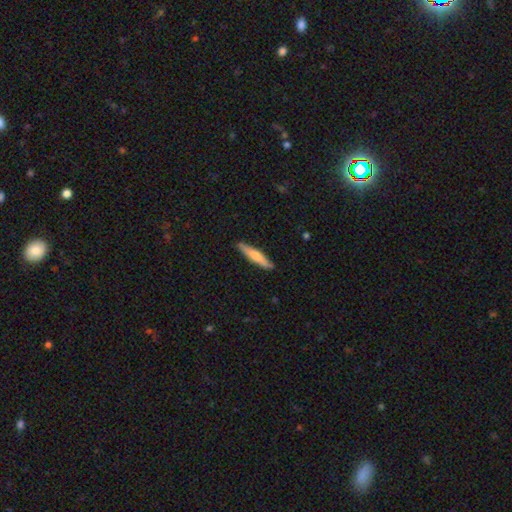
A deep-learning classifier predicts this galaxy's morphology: type=smooth (57%); roundness=cigar-shaped (90%); merging=none (90%).